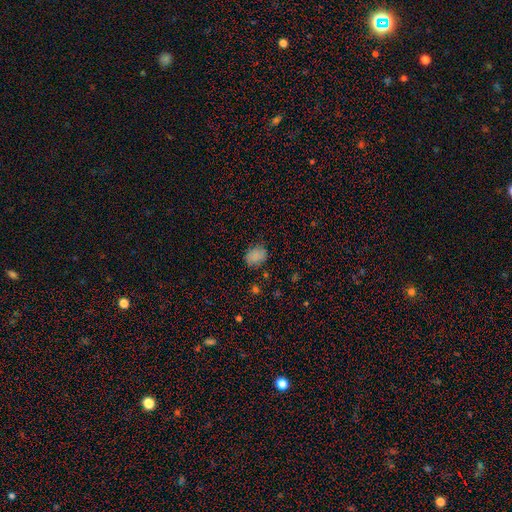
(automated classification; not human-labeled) Smooth or featured?
  - smooth: 81% *
  - star or artifact: 13%
  - featured or disk: 6%
How rounded?
  - in between: 60% *
  - round: 39%
  - cigar-shaped: 1%
Merging?
  - none: 77% *
  - minor disturbance: 17%
  - major disturbance: 4%
  - merger: 2%